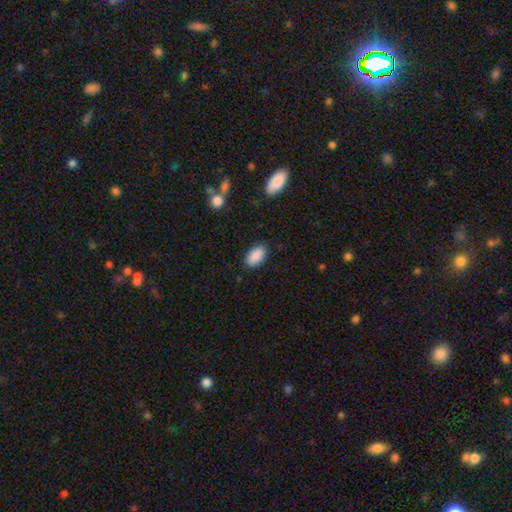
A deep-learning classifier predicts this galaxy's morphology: Smooth or featured? smooth (90%)
How rounded? in between (94%)
Merging? none (88%)